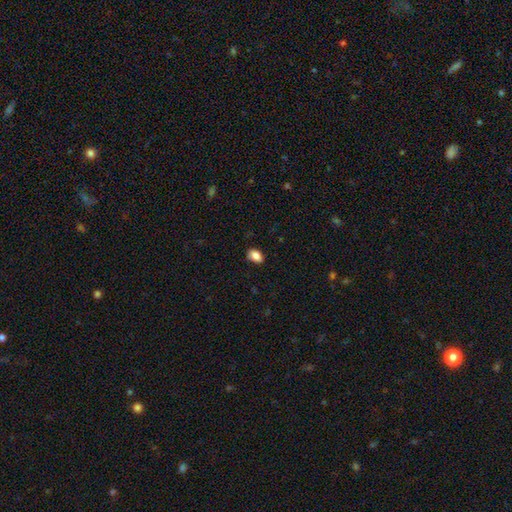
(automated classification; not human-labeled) This is clearly a smooth galaxy (86%). How rounded: clearly in between (85%). Merging: clearly none (85%).